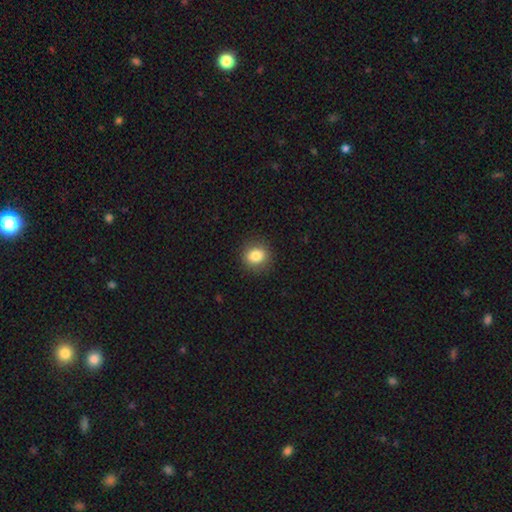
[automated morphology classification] Smooth or featured?
  - smooth: 84% *
  - star or artifact: 10%
  - featured or disk: 6%
How rounded?
  - round: 75% *
  - in between: 24%
  - cigar-shaped: 1%
Merging?
  - none: 89% *
  - minor disturbance: 8%
  - major disturbance: 2%
  - merger: 1%